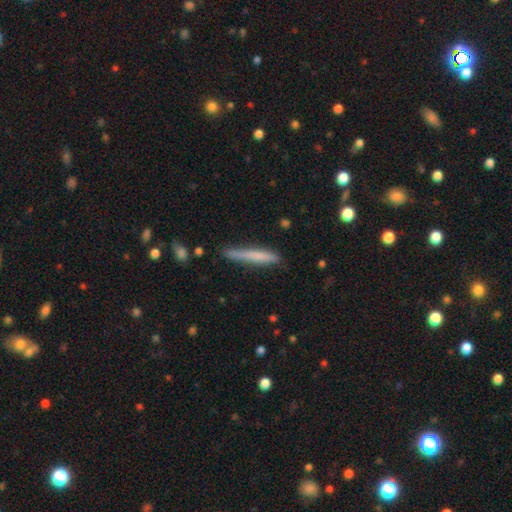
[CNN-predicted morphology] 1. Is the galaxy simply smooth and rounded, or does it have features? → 67% smooth, 27% featured or disk, 6% star or artifact.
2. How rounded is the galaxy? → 95% cigar-shaped, 3% in between, 1% round.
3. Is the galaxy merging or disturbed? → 75% none, 20% minor disturbance, 3% major disturbance, 2% merger.